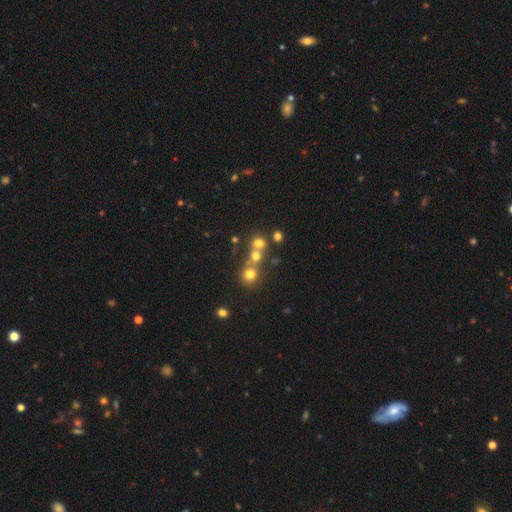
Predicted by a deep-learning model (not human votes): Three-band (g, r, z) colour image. It shows a smooth galaxy with no disk features (65%) that is round (84%). Merging: none (47%).